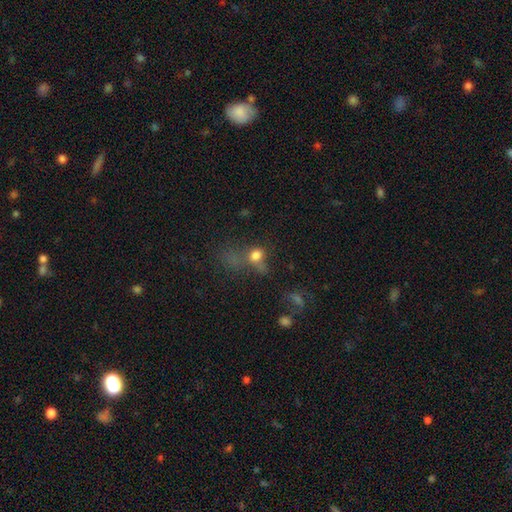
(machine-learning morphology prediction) smooth_or_featured: smooth (p=0.66) [alt: star or artifact p=0.19]
how_rounded: round (p=0.58) [alt: in between p=0.39]
merging: major disturbance (p=0.35) [alt: none p=0.26]